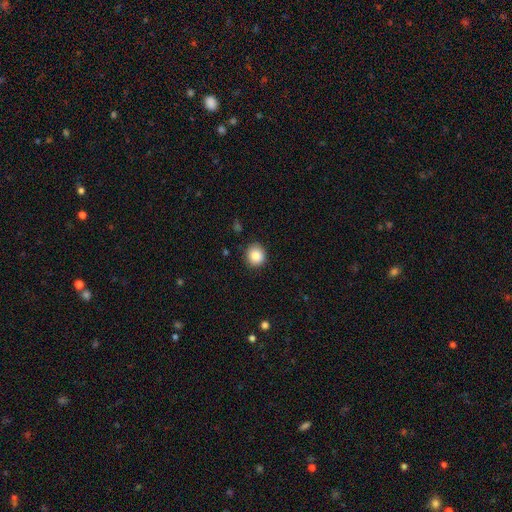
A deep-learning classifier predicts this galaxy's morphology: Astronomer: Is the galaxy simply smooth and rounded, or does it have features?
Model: smooth — 85%.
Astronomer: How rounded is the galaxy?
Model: round — 89%.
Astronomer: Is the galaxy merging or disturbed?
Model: none — 88%.